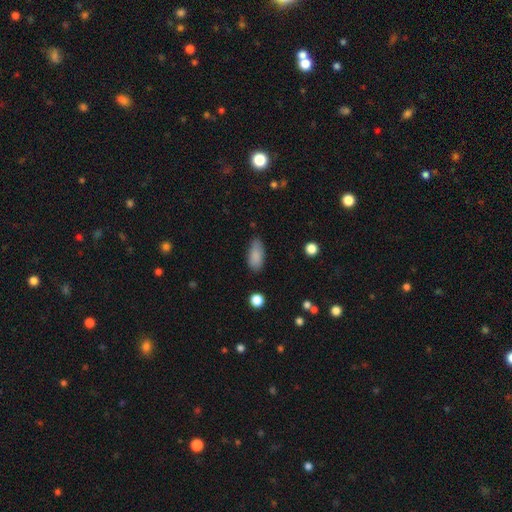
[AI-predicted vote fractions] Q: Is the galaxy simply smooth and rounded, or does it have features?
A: smooth — 86%.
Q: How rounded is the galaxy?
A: in between — 87%.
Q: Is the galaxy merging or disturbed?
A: none — 75%.